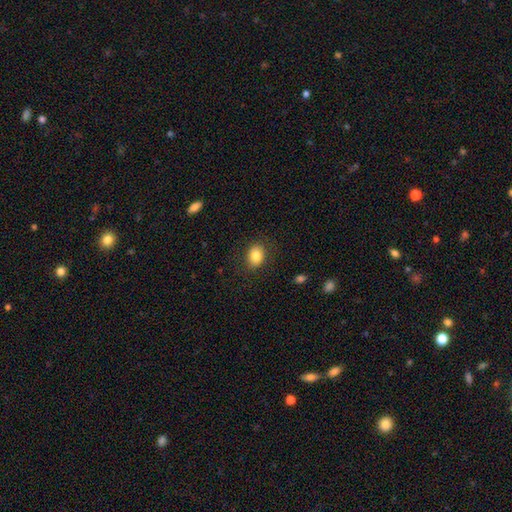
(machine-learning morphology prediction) Q: Smooth or featured?
A: smooth (83%); runner-up: star or artifact (9%)
Q: How rounded?
A: in between (57%); runner-up: round (42%)
Q: Merging?
A: none (84%); runner-up: minor disturbance (11%)